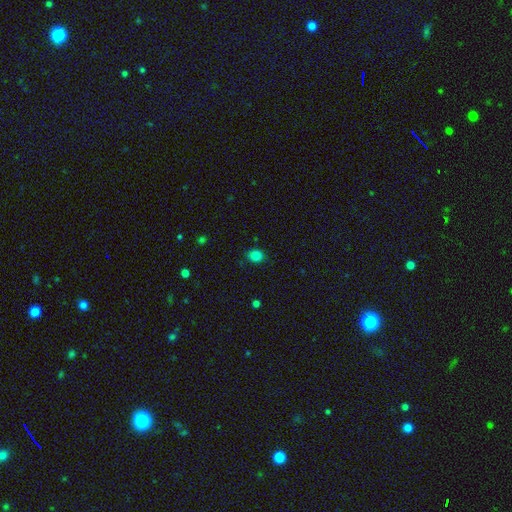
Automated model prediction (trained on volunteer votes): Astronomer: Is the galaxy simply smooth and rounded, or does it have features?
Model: smooth — 82%.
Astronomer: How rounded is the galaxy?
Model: round — 61% (runner-up: in between, 38%).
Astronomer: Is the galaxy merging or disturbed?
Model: none — 86%.